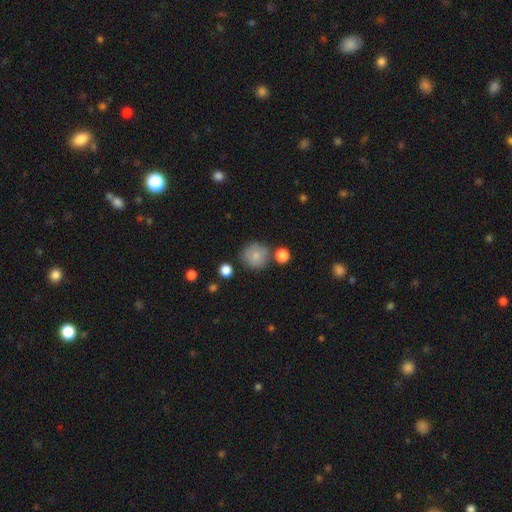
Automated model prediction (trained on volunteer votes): A smooth galaxy with no disk features (83%) that is round (93%). Merging: none (76%).